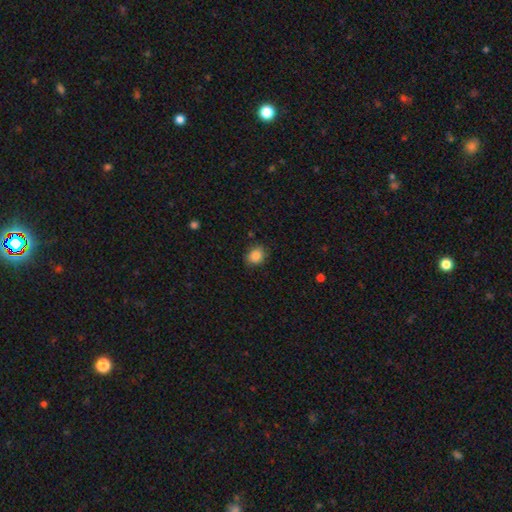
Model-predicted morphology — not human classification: smooth_or_featured: smooth (p=0.87) [alt: star or artifact p=0.09]
how_rounded: round (p=0.63) [alt: in between p=0.36]
merging: none (p=0.82) [alt: minor disturbance p=0.14]